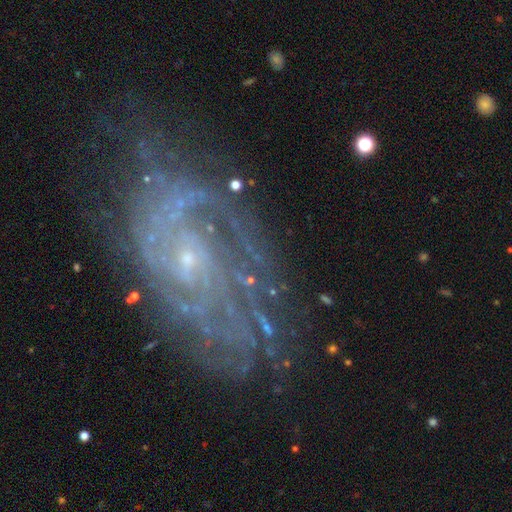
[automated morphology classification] Smooth or featured?
  - featured or disk: 85% *
  - star or artifact: 8%
  - smooth: 7%
Edge-on disk?
  - no: 96% *
  - yes: 4%
Bar?
  - no: 67% *
  - weak: 26%
  - strong: 6%
Spiral arms?
  - yes: 93% *
  - no: 7%
Spiral winding?
  - tight: 61% *
  - medium: 30%
  - loose: 10%
Spiral arm count?
  - can't tell: 38% *
  - 2: 23%
  - 3: 13%
  - 4: 10%
  - more than 4: 9%
  - 1: 7%
Bulge size?
  - small: 81% *
  - moderate: 11%
  - none: 5%
  - large: 1%
  - dominant: 1%
Merging?
  - none: 63% *
  - minor disturbance: 21%
  - major disturbance: 14%
  - merger: 2%